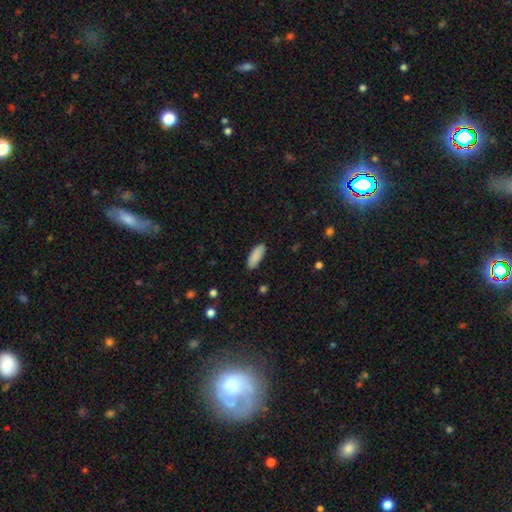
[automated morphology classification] A smooth galaxy with no disk features (89%) that is in between round and cigar-shaped (75%).

Vote fractions:
- Smooth or featured? smooth: 89% / star or artifact: 6% / featured or disk: 5%
- How rounded? in between: 75% / cigar-shaped: 23% / round: 2%
- Merging? none: 87% / minor disturbance: 10% / major disturbance: 2% / merger: 1%